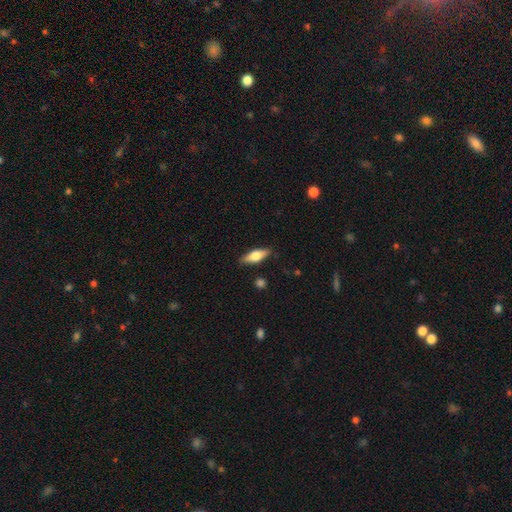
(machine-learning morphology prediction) This is possibly a smooth galaxy (58%). How rounded: possibly in between (58%). Merging: clearly none (85%).